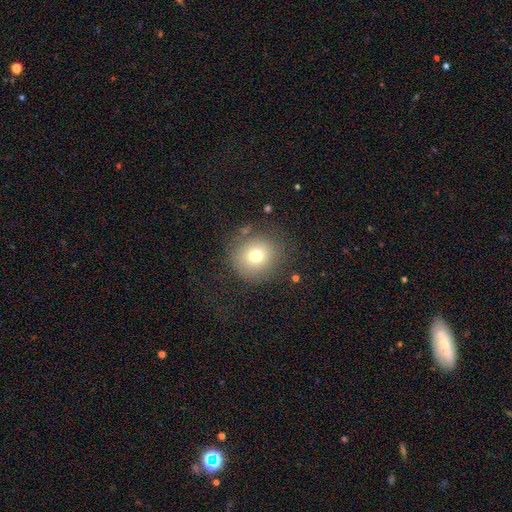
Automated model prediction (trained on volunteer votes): smooth-or-featured: smooth: 74% | star or artifact: 14% | featured or disk: 13%
  how-rounded: round: 90% | in between: 10% | cigar-shaped: 1%
  merging: none: 80% | minor disturbance: 12% | major disturbance: 6% | merger: 2%